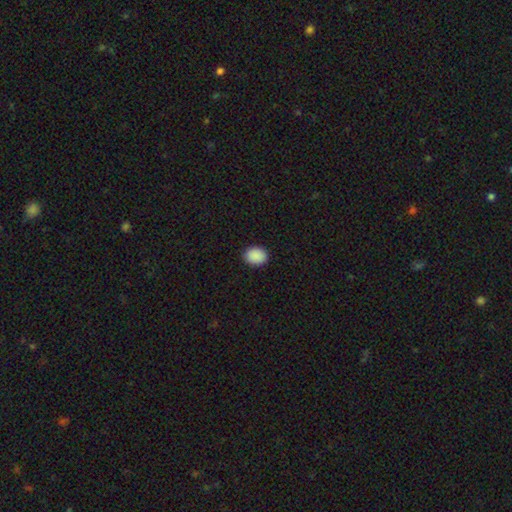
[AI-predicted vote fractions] Smooth or featured: smooth — 90% (star or artifact — 8%)
How rounded: in between — 52% (round — 47%)
Merging: none — 90% (minor disturbance — 7%)